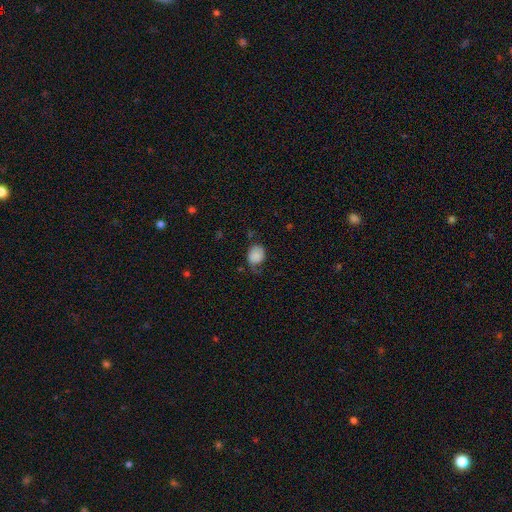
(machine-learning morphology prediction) Smooth or featured? Predicted: smooth (p=0.82). How rounded? Predicted: round (p=0.55). Merging? Predicted: none (p=0.46).